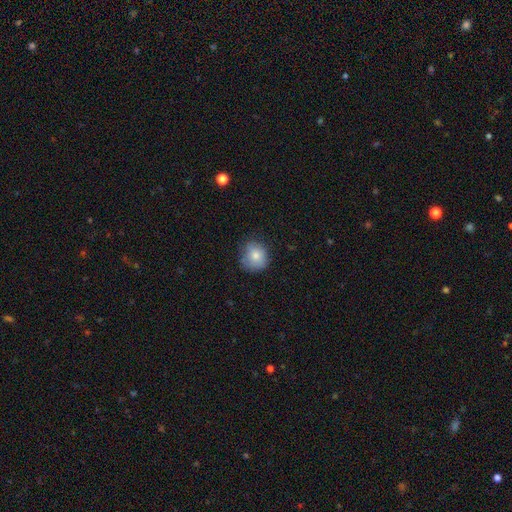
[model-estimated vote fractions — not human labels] This is likely a smooth galaxy (79%). How rounded: clearly round (83%). Merging: likely none (70%).